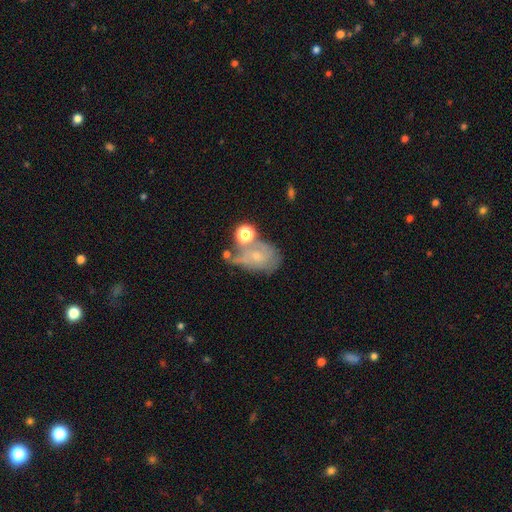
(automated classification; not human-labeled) Morphology: type=smooth (48%); merging=none (30%).